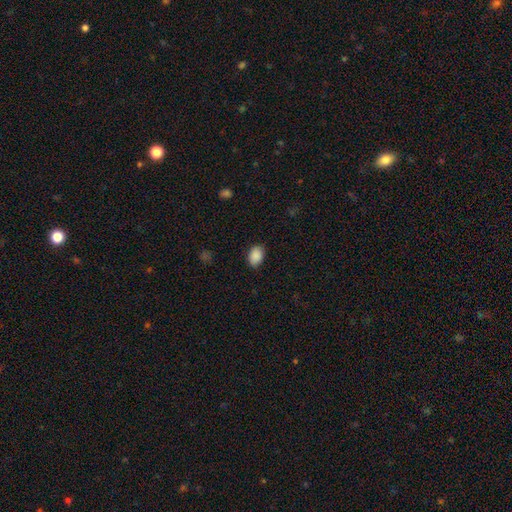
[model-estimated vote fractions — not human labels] Overall: smooth (90%). How rounded: in between (85%). Merging: none (86%).